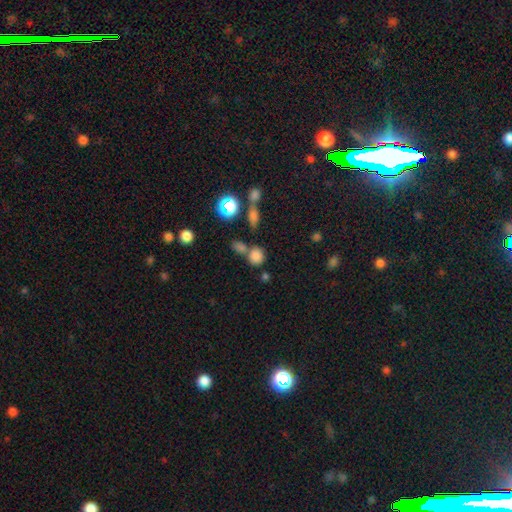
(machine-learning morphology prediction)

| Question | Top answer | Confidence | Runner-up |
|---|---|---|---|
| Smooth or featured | smooth | 77% | star or artifact (16%) |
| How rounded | round | 81% | in between (18%) |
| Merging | none | 58% | merger (27%) |